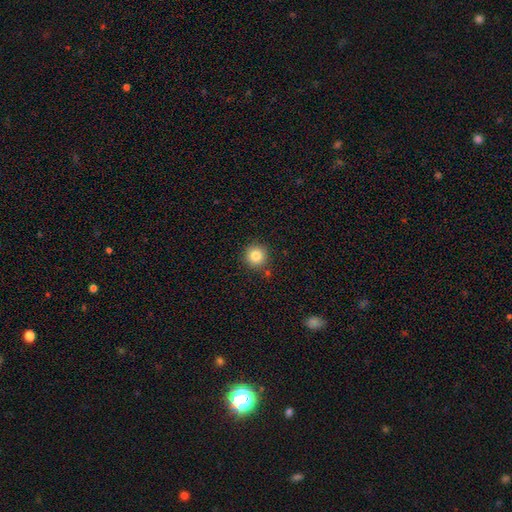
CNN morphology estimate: This is clearly a smooth galaxy (84%). How rounded: clearly round (95%). Merging: clearly none (87%).